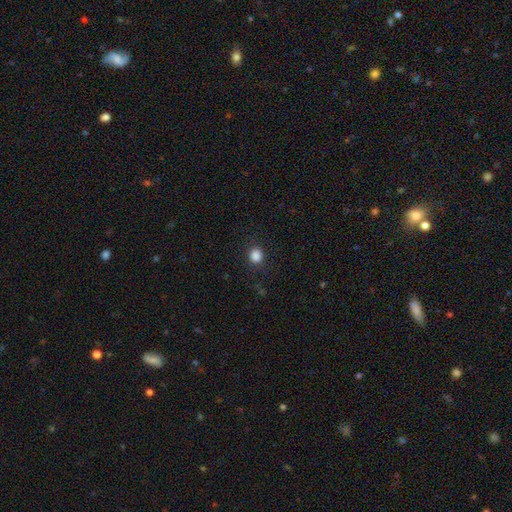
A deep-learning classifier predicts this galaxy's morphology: smooth_or_featured: smooth (p=0.86) [alt: star or artifact p=0.11]
how_rounded: round (p=0.77) [alt: in between p=0.22]
merging: none (p=0.86) [alt: minor disturbance p=0.09]